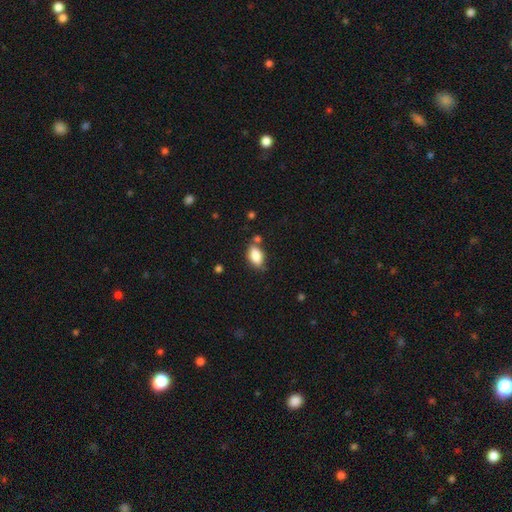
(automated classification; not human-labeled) smooth-or-featured: smooth: 84% | star or artifact: 8% | featured or disk: 8%
  how-rounded: in between: 89% | round: 8% | cigar-shaped: 3%
  merging: none: 71% | minor disturbance: 18% | merger: 7% | major disturbance: 4%